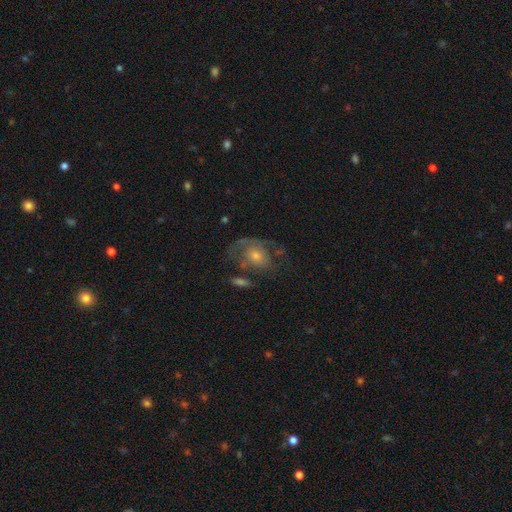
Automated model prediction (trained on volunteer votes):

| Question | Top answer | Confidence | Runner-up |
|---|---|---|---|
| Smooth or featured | featured or disk | 63% | smooth (27%) |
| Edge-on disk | no | 96% | yes (4%) |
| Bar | no | 80% | weak (17%) |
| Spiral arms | yes | 62% | no (38%) |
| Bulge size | moderate | 50% | small (40%) |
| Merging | none | 42% | major disturbance (27%) |